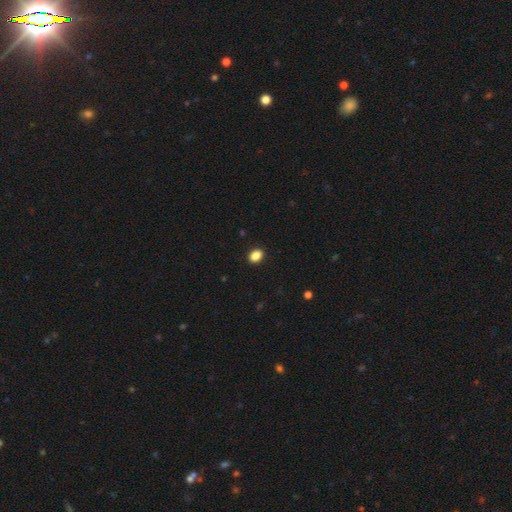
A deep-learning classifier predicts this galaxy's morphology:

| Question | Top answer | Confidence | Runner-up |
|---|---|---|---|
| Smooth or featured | smooth | 88% | star or artifact (9%) |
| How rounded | in between | 74% | round (25%) |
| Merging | none | 90% | minor disturbance (7%) |